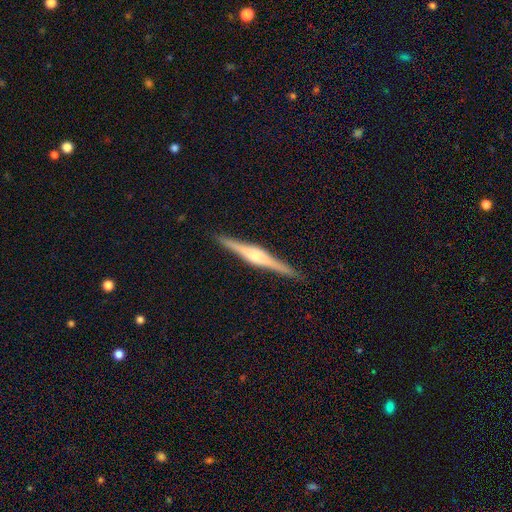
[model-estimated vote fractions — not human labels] A featured or disk galaxy (82%) viewed edge-on (98%) with a rounded central bulge (77%). Merging: none (92%).